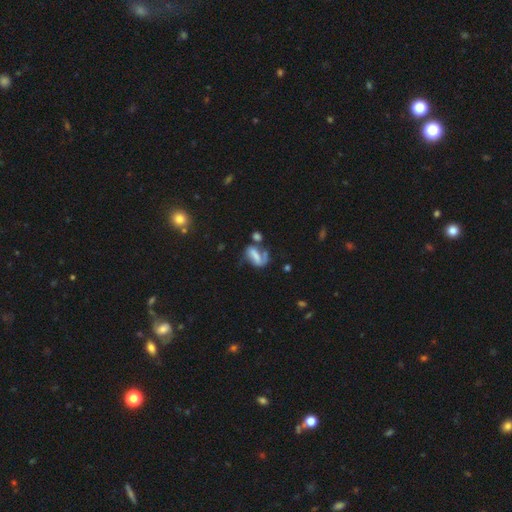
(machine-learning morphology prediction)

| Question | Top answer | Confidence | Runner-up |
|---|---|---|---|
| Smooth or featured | featured or disk | 45% | smooth (43%) |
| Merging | none | 32% | major disturbance (24%) |